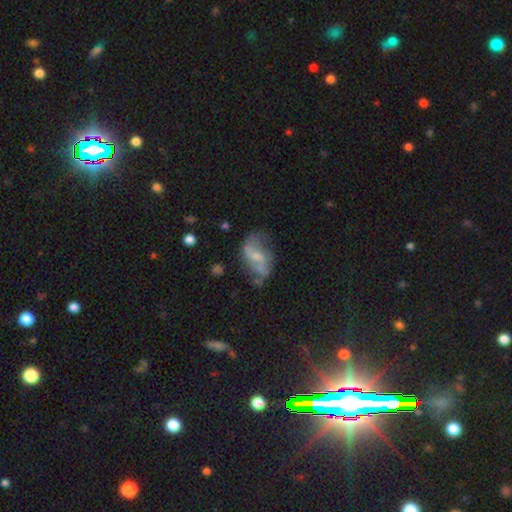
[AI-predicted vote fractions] Smooth or featured?
  - featured or disk: 63% *
  - smooth: 24%
  - star or artifact: 13%
Edge-on disk?
  - no: 94% *
  - yes: 6%
Bar?
  - weak: 42% *
  - no: 41%
  - strong: 17%
Spiral arms?
  - yes: 75% *
  - no: 25%
Bulge size?
  - small: 51% *
  - moderate: 30%
  - none: 15%
  - large: 2%
  - dominant: 1%
Merging?
  - none: 50% *
  - minor disturbance: 26%
  - major disturbance: 19%
  - merger: 5%